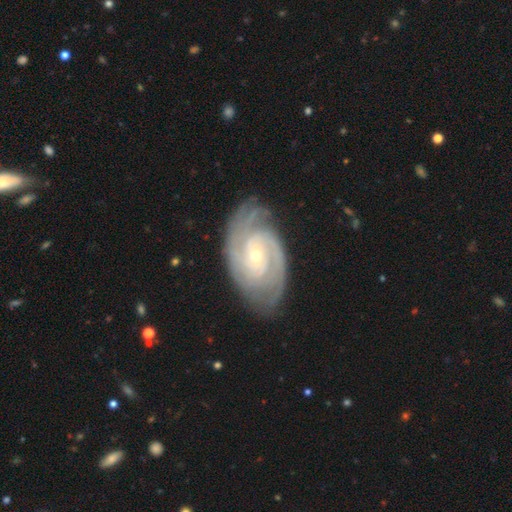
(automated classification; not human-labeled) Q: Smooth or featured?
A: featured or disk (90%); runner-up: smooth (5%)
Q: Edge-on disk?
A: no (96%); runner-up: yes (4%)
Q: Bar?
A: no (68%); runner-up: weak (24%)
Q: Spiral arms?
A: yes (98%); runner-up: no (2%)
Q: Spiral winding?
A: tight (70%); runner-up: medium (25%)
Q: Spiral arm count?
A: 2 (27%); runner-up: 3 (23%)
Q: Bulge size?
A: small (74%); runner-up: moderate (23%)
Q: Merging?
A: none (77%); runner-up: minor disturbance (16%)